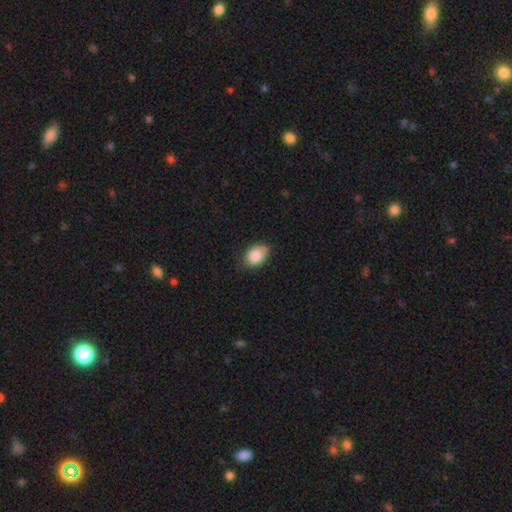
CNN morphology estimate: The model was most divided on "merging": none: 69%, minor disturbance: 26%, major disturbance: 4%, merger: 1%. More confident: smooth or featured — smooth (87%); how rounded — in between (74%).